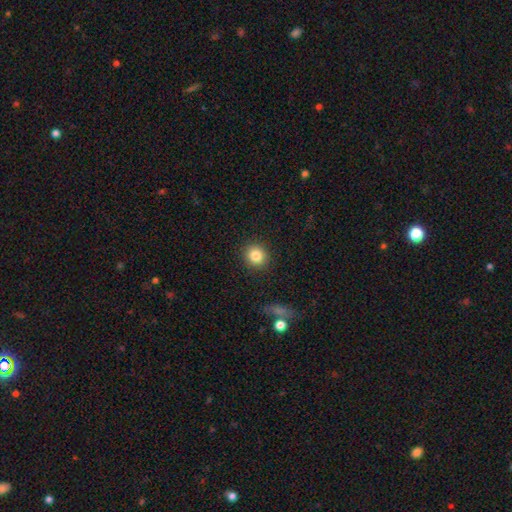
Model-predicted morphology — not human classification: A smooth galaxy with no disk features (84%) that is round (85%). Merging: none (91%).